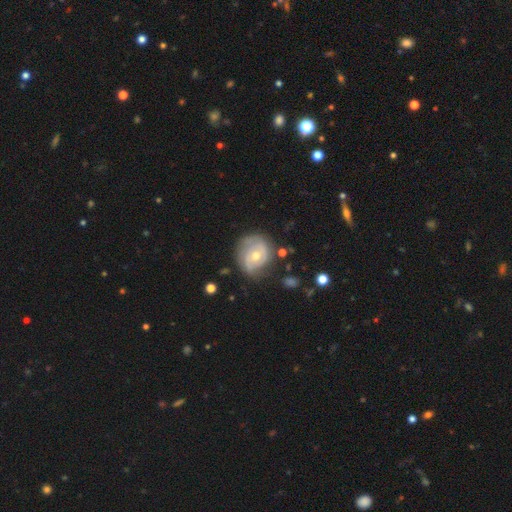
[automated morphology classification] A featured or disk galaxy (73%) with no bar (65%), 2 (55%) tight (44%) spiral arms (88%) and a moderate central bulge (53%). Merging: none (67%).